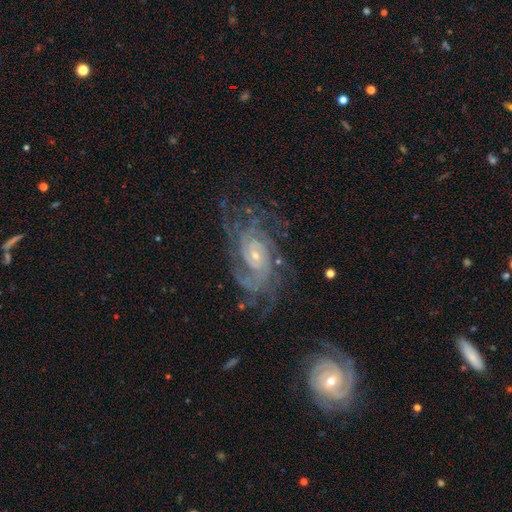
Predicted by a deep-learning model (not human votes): Q: Smooth or featured?
A: featured or disk (85%); runner-up: star or artifact (8%)
Q: Edge-on disk?
A: no (96%); runner-up: yes (4%)
Q: Bar?
A: no (67%); runner-up: weak (26%)
Q: Spiral arms?
A: yes (97%); runner-up: no (3%)
Q: Spiral winding?
A: tight (65%); runner-up: medium (29%)
Q: Spiral arm count?
A: can't tell (29%); runner-up: 3 (21%)
Q: Bulge size?
A: small (69%); runner-up: moderate (26%)
Q: Merging?
A: none (65%); runner-up: minor disturbance (18%)